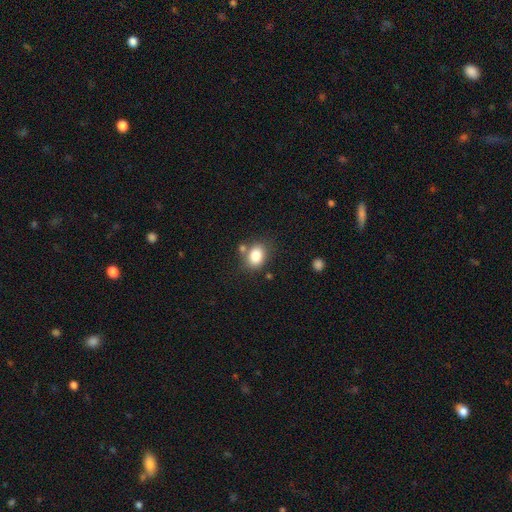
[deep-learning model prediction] Smooth or featured?
  - smooth: 82% *
  - star or artifact: 9%
  - featured or disk: 8%
How rounded?
  - in between: 61% *
  - round: 38%
  - cigar-shaped: 1%
Merging?
  - none: 68% *
  - minor disturbance: 14%
  - merger: 14%
  - major disturbance: 4%